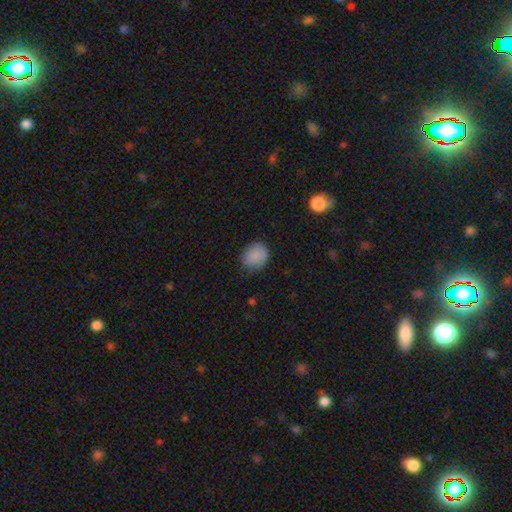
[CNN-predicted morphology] This appears to be a smooth galaxy with no disk features (87%) that is round (60%). Merging: none (71%).